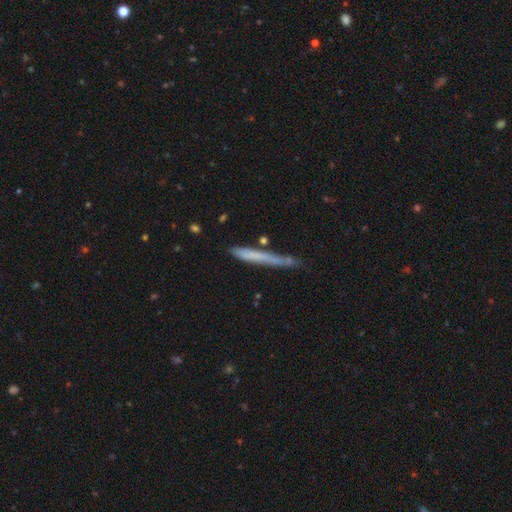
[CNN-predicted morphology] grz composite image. It shows a smooth galaxy with no disk features (60%) that is cigar-shaped (96%). Merging: none (65%).